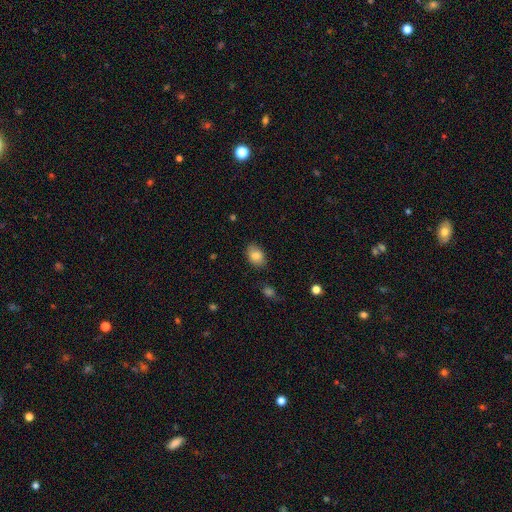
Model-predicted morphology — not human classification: This is clearly a smooth galaxy (84%). How rounded: likely in between (79%). Merging: clearly none (80%).